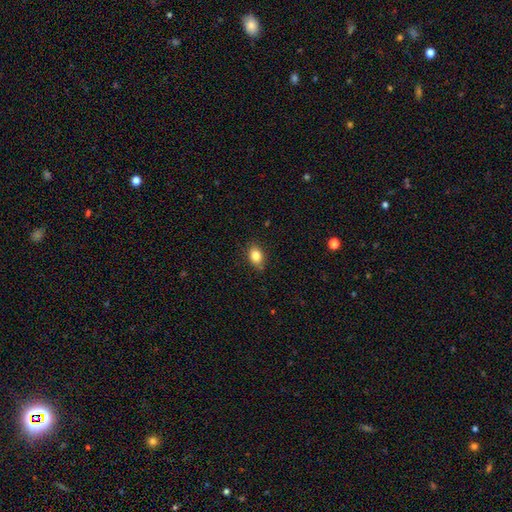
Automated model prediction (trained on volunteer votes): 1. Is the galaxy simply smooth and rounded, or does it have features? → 84% smooth, 8% star or artifact, 8% featured or disk.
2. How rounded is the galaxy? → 77% in between, 21% round, 2% cigar-shaped.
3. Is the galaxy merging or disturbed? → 81% none, 16% minor disturbance, 3% major disturbance, 1% merger.